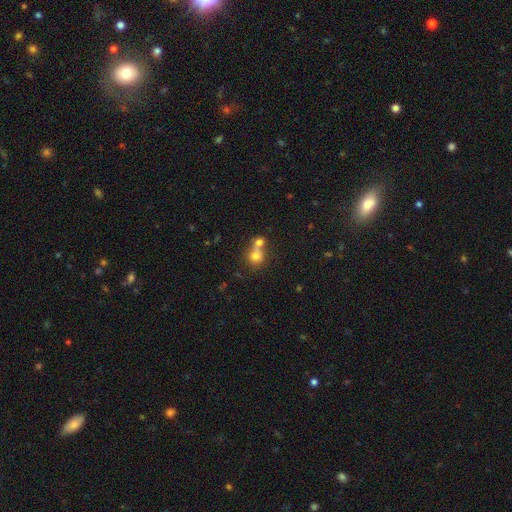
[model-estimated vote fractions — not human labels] smooth-or-featured: smooth: 71% | featured or disk: 15% | star or artifact: 13%
  how-rounded: round: 80% | in between: 19% | cigar-shaped: 1%
  merging: merger: 59% | none: 31% | minor disturbance: 6% | major disturbance: 3%